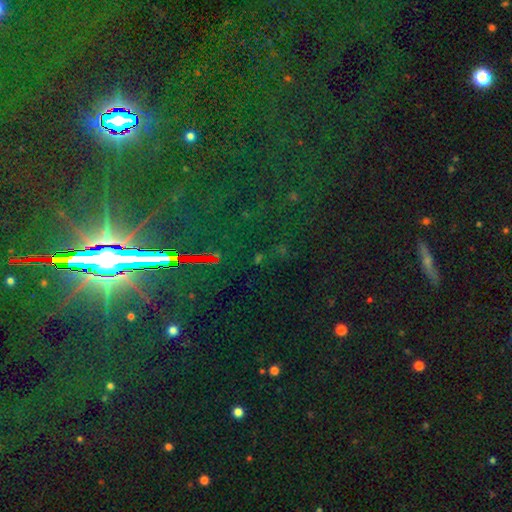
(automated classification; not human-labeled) Overall: star or artifact (82%).